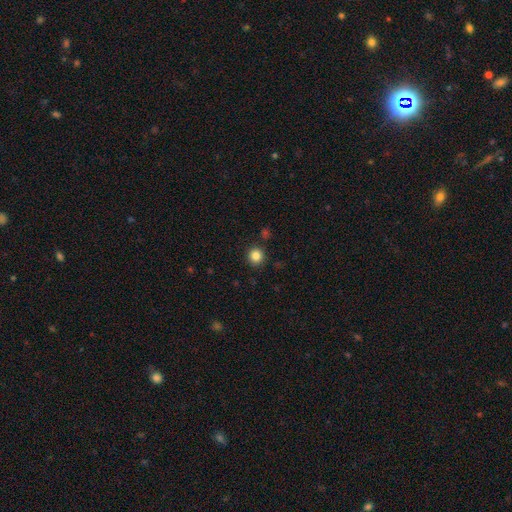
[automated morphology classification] Smooth or featured: smooth — 84% (star or artifact — 11%)
How rounded: round — 93% (in between — 6%)
Merging: none — 90% (minor disturbance — 6%)